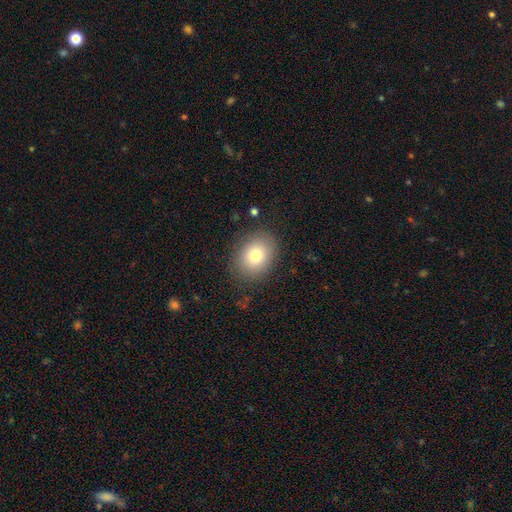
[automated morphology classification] Smooth or featured: smooth — 78% (featured or disk — 12%)
How rounded: in between — 52% (round — 47%)
Merging: none — 83% (minor disturbance — 11%)